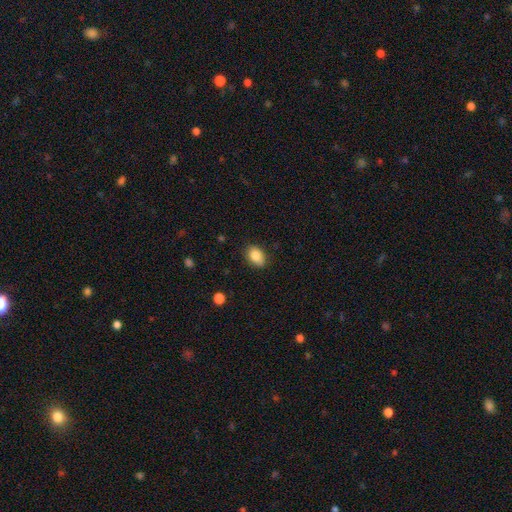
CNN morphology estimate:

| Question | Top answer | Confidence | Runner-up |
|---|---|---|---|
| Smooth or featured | smooth | 85% | star or artifact (8%) |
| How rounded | in between | 80% | round (19%) |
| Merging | none | 80% | minor disturbance (16%) |